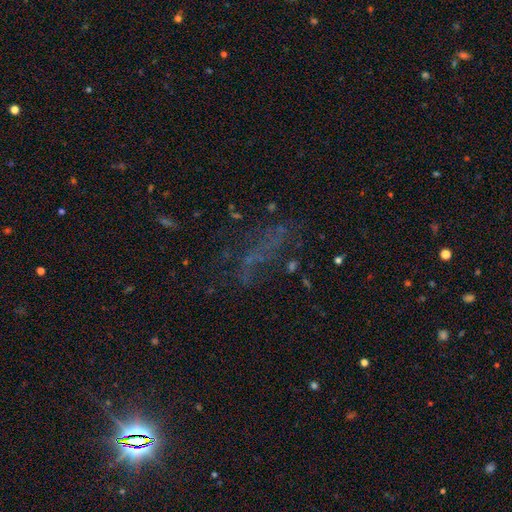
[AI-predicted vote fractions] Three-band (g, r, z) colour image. It shows a star or artifact, not a galaxy (40%).